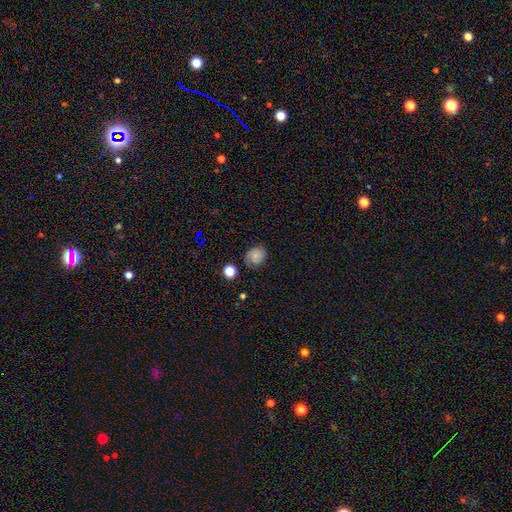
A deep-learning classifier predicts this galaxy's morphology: Q: Smooth or featured?
A: smooth (48%); runner-up: featured or disk (38%)
Q: Merging?
A: none (72%); runner-up: minor disturbance (20%)